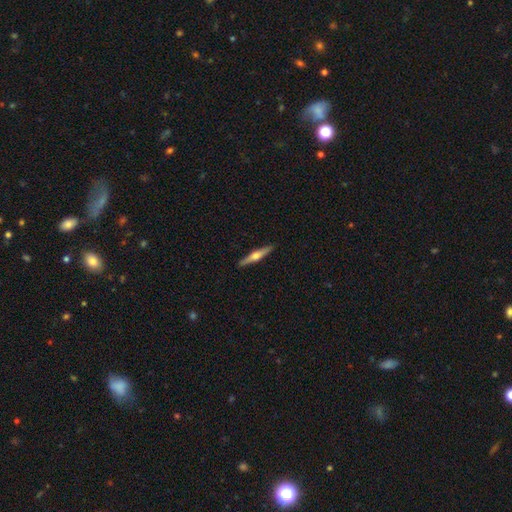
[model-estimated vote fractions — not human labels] featured or disk 62%, smooth 33%, star or artifact 5%. Down the decision tree: edge-on disk — yes (97%); edge-on bulge — rounded (92%); merging — none (92%).